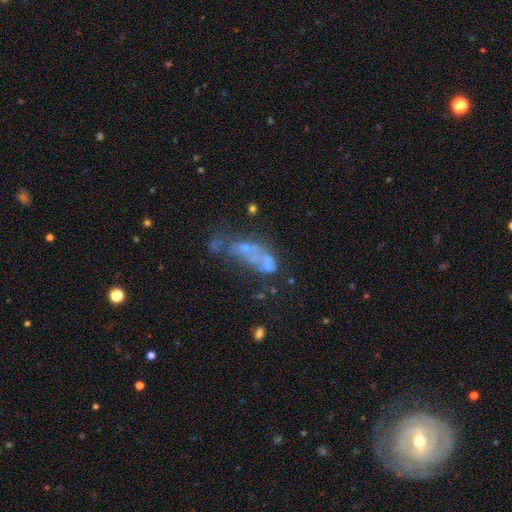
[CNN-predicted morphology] Smooth or featured?
  - featured or disk: 52% *
  - smooth: 27%
  - star or artifact: 20%
Edge-on disk?
  - no: 92% *
  - yes: 8%
Merging?
  - merger: 38% *
  - none: 28%
  - major disturbance: 21%
  - minor disturbance: 13%